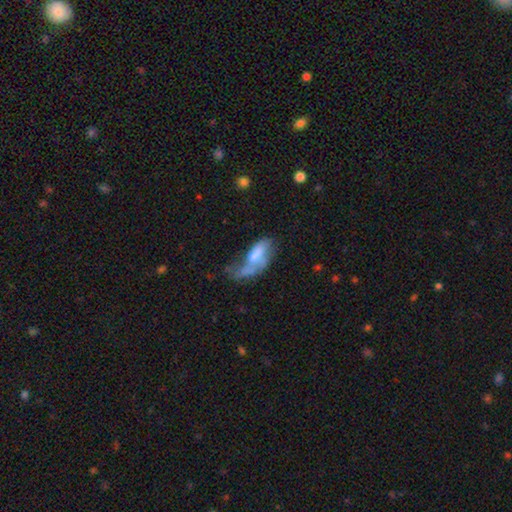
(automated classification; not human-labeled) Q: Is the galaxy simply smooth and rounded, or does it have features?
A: smooth — 54%.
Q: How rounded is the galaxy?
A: in between — 79%.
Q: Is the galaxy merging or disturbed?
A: major disturbance — 44%.